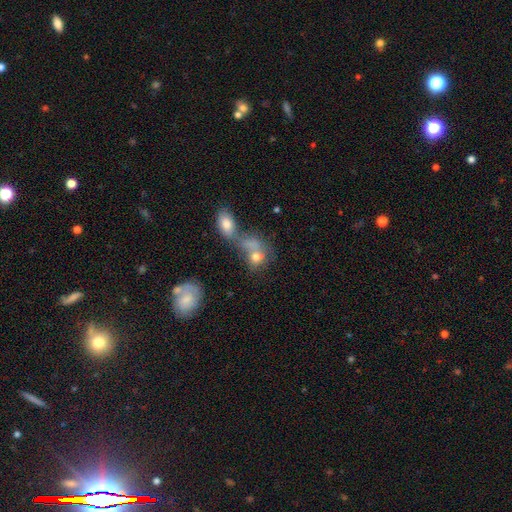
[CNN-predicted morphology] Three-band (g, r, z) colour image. It shows a smooth galaxy with no disk features (63%) that is in between round and cigar-shaped (51%). Merging: merger (51%).